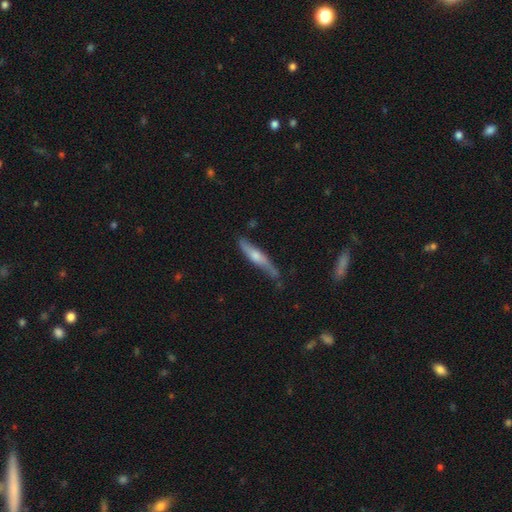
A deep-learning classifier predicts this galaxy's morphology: Smooth or featured: featured or disk — 54% (smooth — 41%)
Edge-on disk: yes — 84% (no — 16%)
Merging: none — 64% (minor disturbance — 27%)